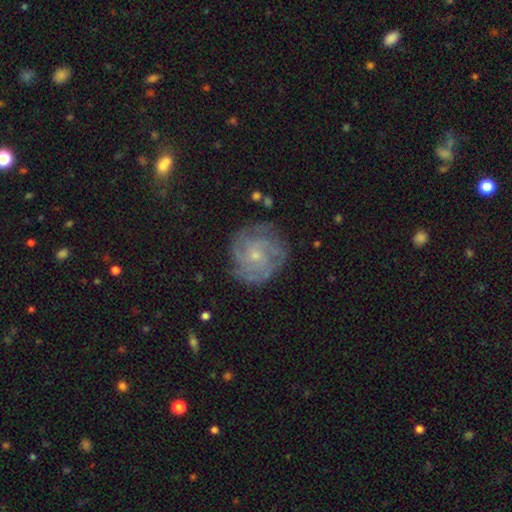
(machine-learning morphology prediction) Overall: featured or disk (79%). Edge-on disk: no (98%). Bar: no (75%). Spiral arms: yes (94%). Spiral arm count: can't tell (30%; 4 24%). Spiral winding: tight (64%; medium 29%). Bulge size: small (74%). Merging: none (78%).